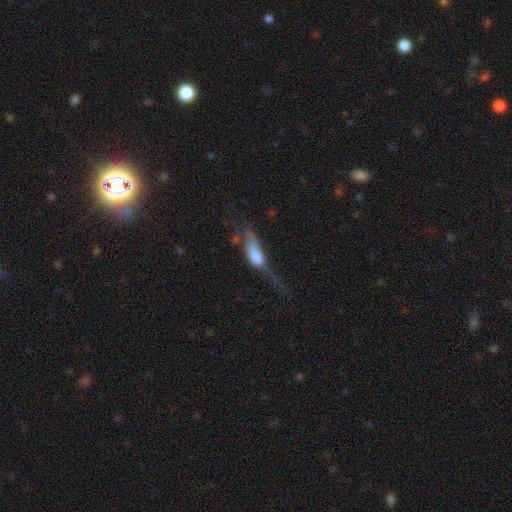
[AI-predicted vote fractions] Smooth or featured? smooth (57%)
How rounded? in between (66%)
Merging? major disturbance (54%)